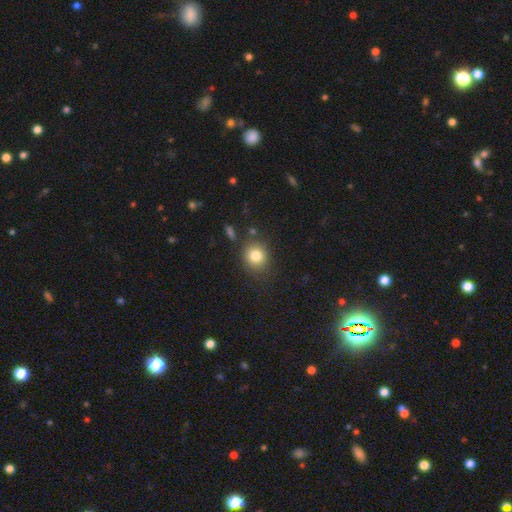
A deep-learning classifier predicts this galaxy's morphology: This appears to be a smooth galaxy with no disk features (82%) that is round (78%). Merging: none (81%).